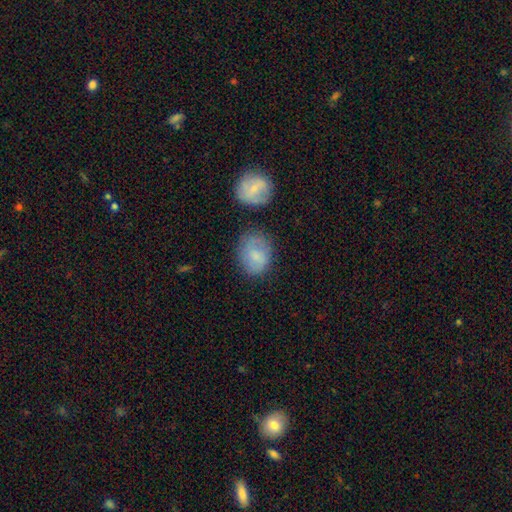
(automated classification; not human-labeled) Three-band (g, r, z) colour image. It shows a smooth galaxy with no disk features (74%) that is round (55%). Merging: none (63%).